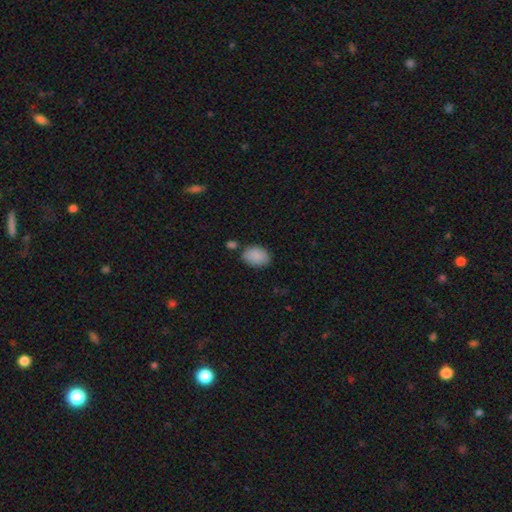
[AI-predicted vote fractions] The model was most divided on "merging": none: 74%, minor disturbance: 15%, merger: 7%, major disturbance: 4%. More confident: smooth or featured — smooth (89%); how rounded — in between (82%).